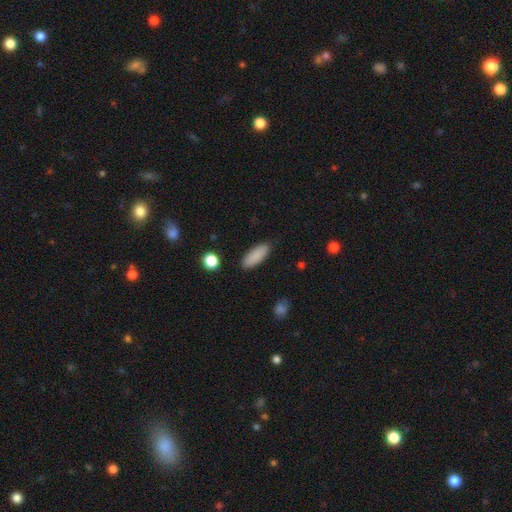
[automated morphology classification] type=smooth (88%); roundness=in between (69%); merging=none (88%).